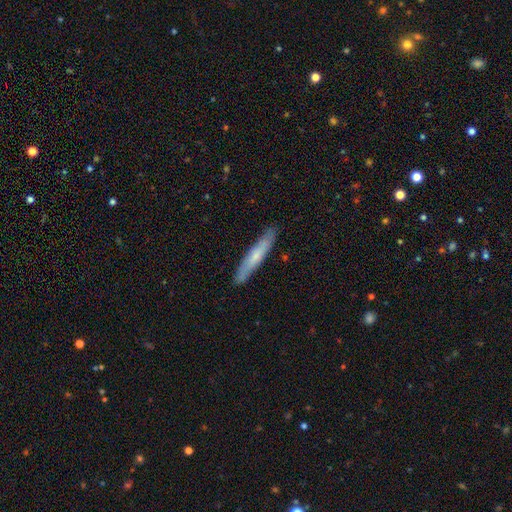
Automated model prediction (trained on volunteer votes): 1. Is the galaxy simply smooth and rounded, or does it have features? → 57% smooth, 37% featured or disk, 6% star or artifact.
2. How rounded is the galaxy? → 93% cigar-shaped, 6% in between, 1% round.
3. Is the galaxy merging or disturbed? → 88% none, 9% minor disturbance, 2% major disturbance, 1% merger.